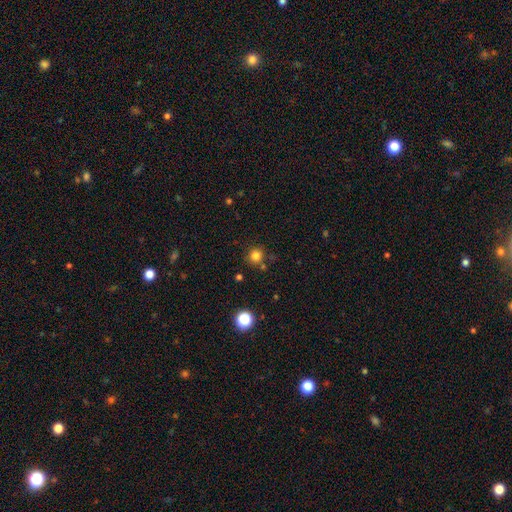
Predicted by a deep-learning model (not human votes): A smooth galaxy with no disk features (80%) that is round (90%). Merging: none (79%).